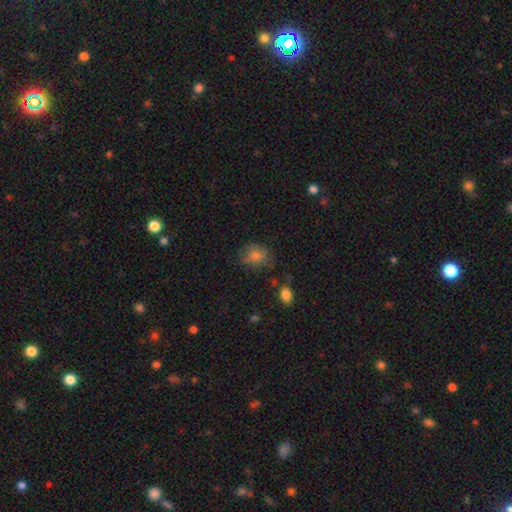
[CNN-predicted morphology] smooth 73%, featured or disk 14%, star or artifact 12%. Down the decision tree: how rounded — in between (52%); merging — none (64%).